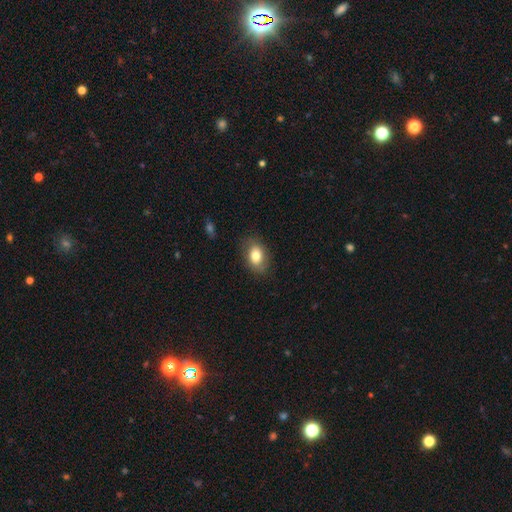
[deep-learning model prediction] The model was most divided on "how rounded": in between: 81%, round: 17%, cigar-shaped: 1%. More confident: merging — none (80%); smooth or featured — smooth (79%).